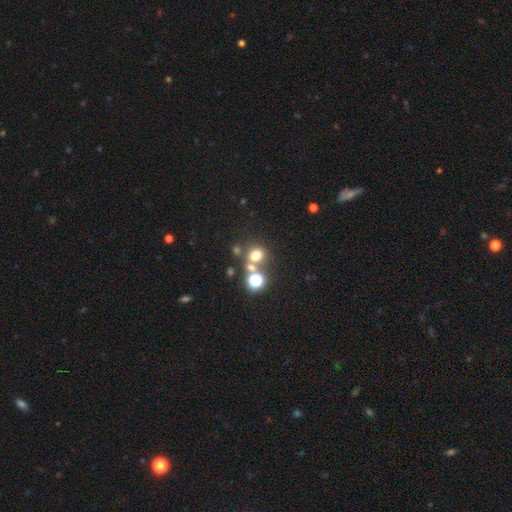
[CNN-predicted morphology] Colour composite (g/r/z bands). It shows a smooth galaxy with no disk features (67%) that is round (80%). Merging: none (60%).